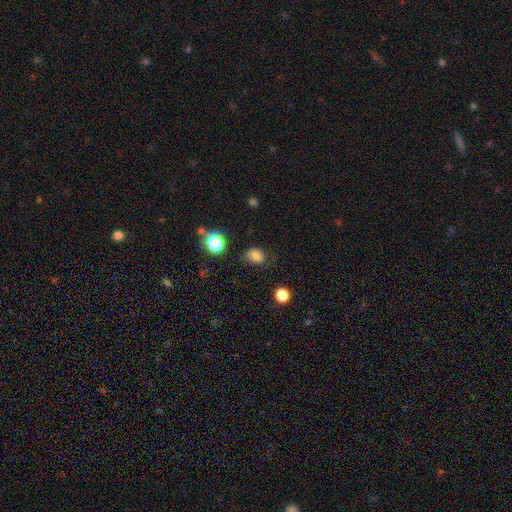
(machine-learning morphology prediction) Smooth or featured? Predicted: smooth (p=0.78). How rounded? Predicted: in between (p=0.53). Merging? Predicted: none (p=0.60).